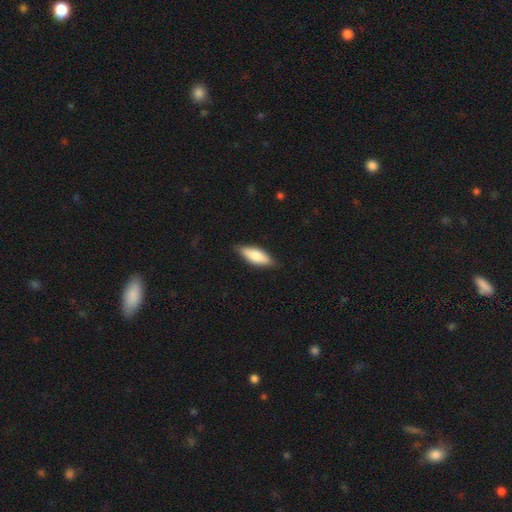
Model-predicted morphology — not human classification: smooth 73%, featured or disk 21%, star or artifact 6%. Down the decision tree: how rounded — in between (64%); merging — none (84%).